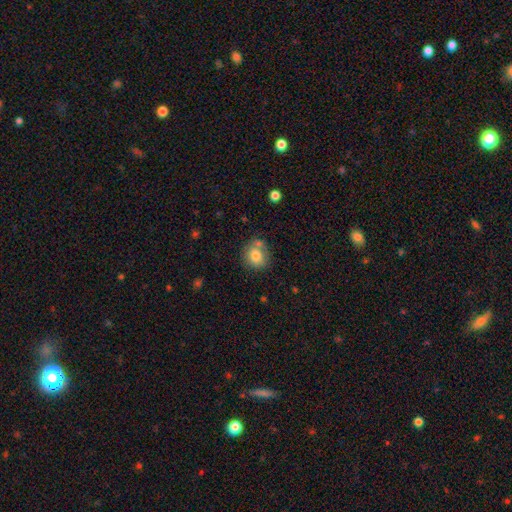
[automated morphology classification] This is likely a smooth galaxy (80%). How rounded: likely round (76%). Merging: possibly none (60%).